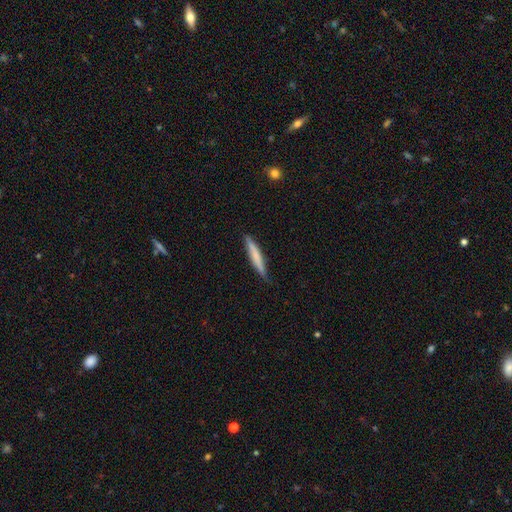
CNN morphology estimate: This appears to be a smooth galaxy with no disk features (63%) that is cigar-shaped (94%). Merging: none (83%).